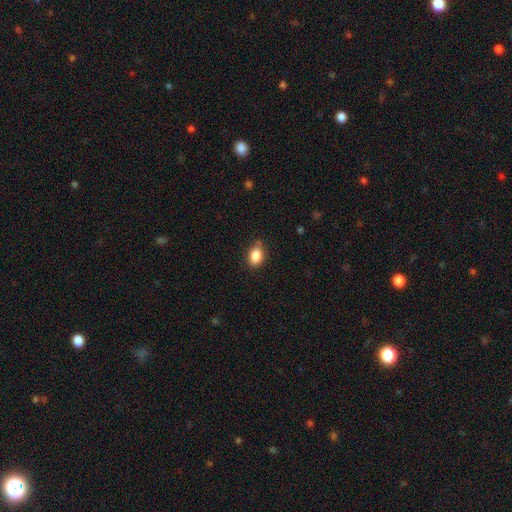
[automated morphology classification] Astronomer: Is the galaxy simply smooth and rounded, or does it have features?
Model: smooth — 86%.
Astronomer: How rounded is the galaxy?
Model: in between — 82%.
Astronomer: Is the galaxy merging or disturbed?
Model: none — 77%.